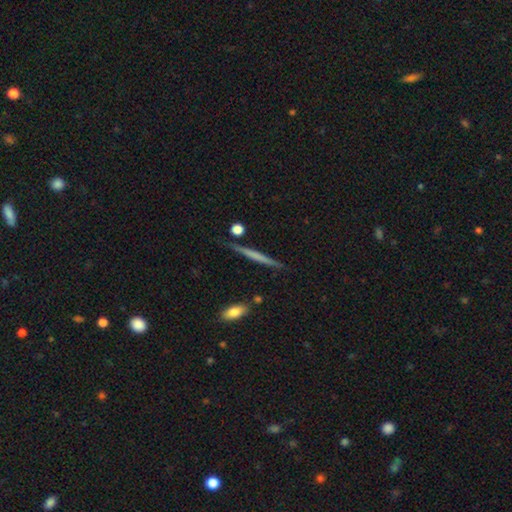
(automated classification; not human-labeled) A smooth galaxy with no disk features (49%).

Vote fractions:
- Smooth or featured? smooth: 49% / featured or disk: 45% / star or artifact: 6%
- Merging? none: 85% / minor disturbance: 10% / merger: 3% / major disturbance: 2%